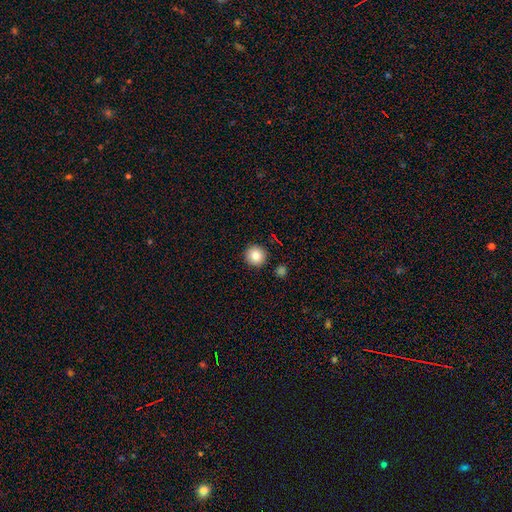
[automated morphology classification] Smooth or featured?
  - smooth: 84% *
  - star or artifact: 9%
  - featured or disk: 7%
How rounded?
  - round: 94% *
  - in between: 5%
  - cigar-shaped: 1%
Merging?
  - none: 90% *
  - minor disturbance: 6%
  - merger: 2%
  - major disturbance: 2%